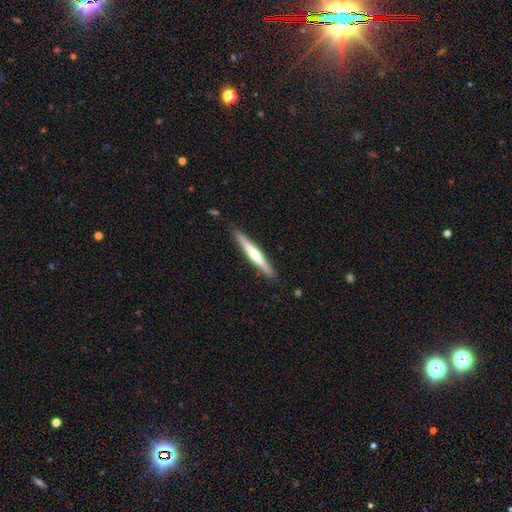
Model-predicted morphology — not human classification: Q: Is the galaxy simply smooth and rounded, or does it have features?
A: featured or disk — 59%.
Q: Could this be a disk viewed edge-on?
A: yes — 97%.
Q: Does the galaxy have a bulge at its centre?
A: rounded — 72%.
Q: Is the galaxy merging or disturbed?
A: none — 89%.